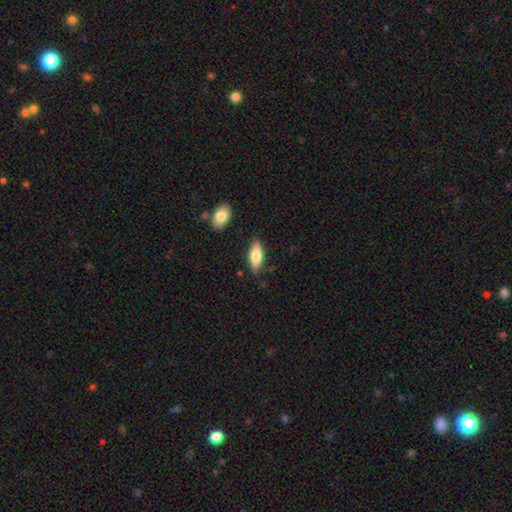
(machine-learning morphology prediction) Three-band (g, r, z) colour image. It shows a smooth galaxy with no disk features (71%) that is in between round and cigar-shaped (75%). Merging: none (78%).